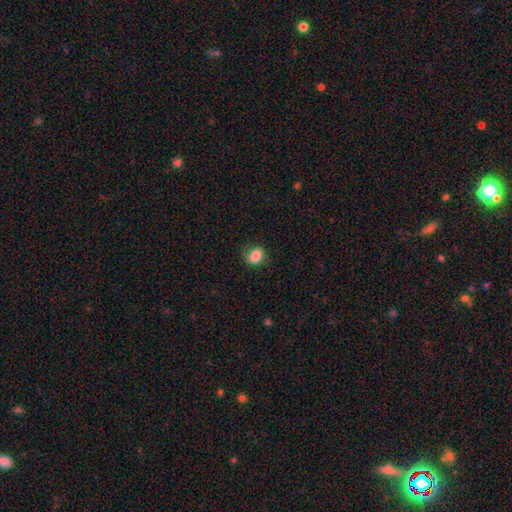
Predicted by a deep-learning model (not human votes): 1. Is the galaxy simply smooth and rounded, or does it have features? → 83% smooth, 9% star or artifact, 8% featured or disk.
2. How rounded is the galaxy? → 50% in between, 49% round, 1% cigar-shaped.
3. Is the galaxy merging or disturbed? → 73% none, 20% minor disturbance, 6% major disturbance, 1% merger.